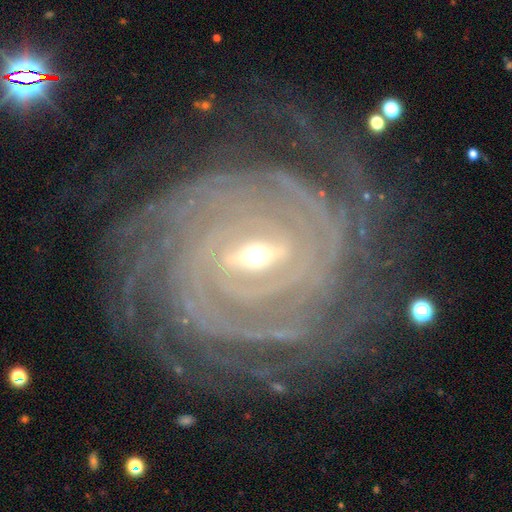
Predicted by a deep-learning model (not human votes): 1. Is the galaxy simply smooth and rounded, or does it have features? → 91% featured or disk, 5% star or artifact, 4% smooth.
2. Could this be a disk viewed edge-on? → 96% no, 4% yes.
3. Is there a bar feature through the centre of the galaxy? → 57% strong, 31% weak, 12% no.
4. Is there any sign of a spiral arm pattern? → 97% yes, 3% no.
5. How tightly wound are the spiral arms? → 82% tight, 14% medium, 4% loose.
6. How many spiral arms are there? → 25% can't tell, 20% more than 4, 18% 4, 15% 2, 13% 3, 9% 1.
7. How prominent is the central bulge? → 55% small, 40% moderate, 3% large, 1% none, 1% dominant.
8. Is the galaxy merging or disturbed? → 72% none, 16% minor disturbance, 10% major disturbance, 2% merger.